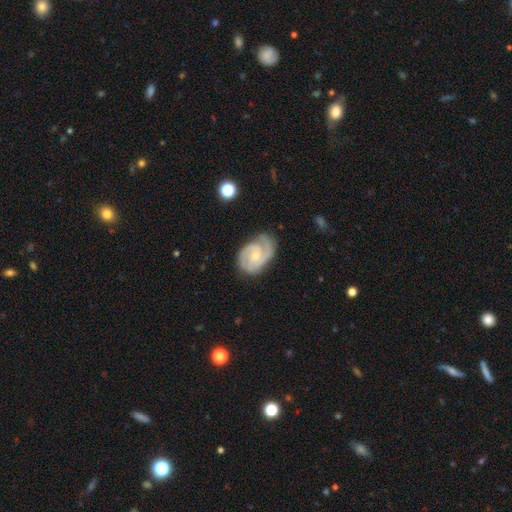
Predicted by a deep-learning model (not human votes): Smooth or featured? featured or disk (87%)
Edge-on disk? no (98%)
Bar? no (58%)
Spiral arms? yes (97%)
Spiral winding? tight (52%)
Spiral arm count? 2 (69%)
Bulge size? small (61%)
Merging? none (69%)